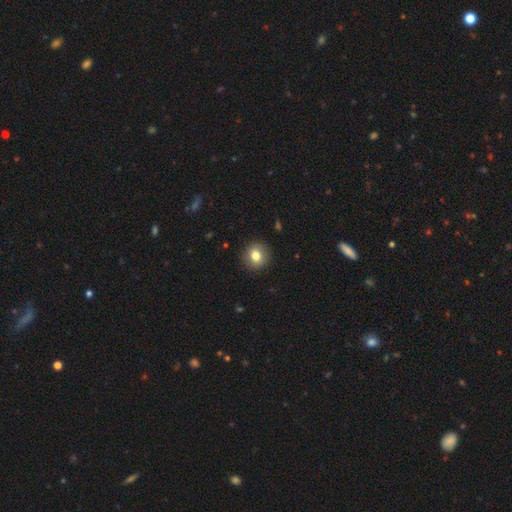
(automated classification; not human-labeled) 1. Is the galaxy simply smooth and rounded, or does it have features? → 80% smooth, 11% featured or disk, 9% star or artifact.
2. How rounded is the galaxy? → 88% round, 11% in between, 1% cigar-shaped.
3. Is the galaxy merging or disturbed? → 91% none, 6% minor disturbance, 2% major disturbance, 1% merger.